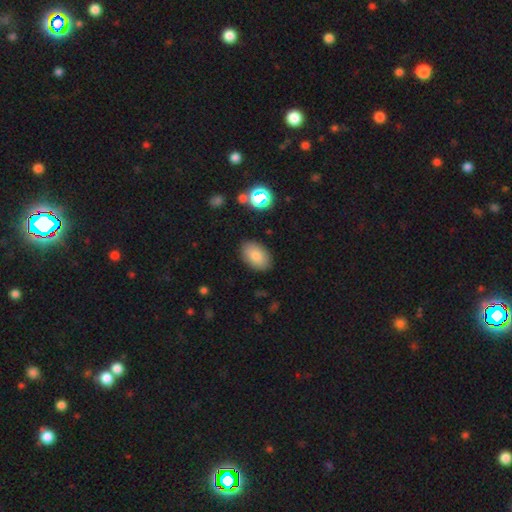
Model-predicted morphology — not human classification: smooth-or-featured: smooth: 82% | featured or disk: 9% | star or artifact: 9%
  how-rounded: in between: 90% | round: 9% | cigar-shaped: 1%
  merging: none: 87% | minor disturbance: 9% | major disturbance: 3% | merger: 2%